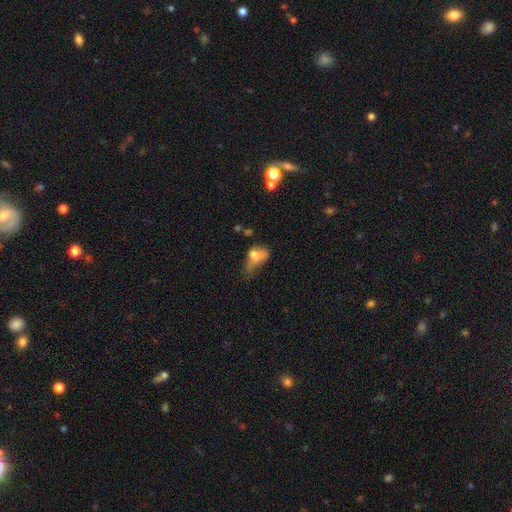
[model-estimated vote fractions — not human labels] Smooth or featured? Predicted: smooth (p=0.63). How rounded? Predicted: in between (p=0.81). Merging? Predicted: major disturbance (p=0.46).